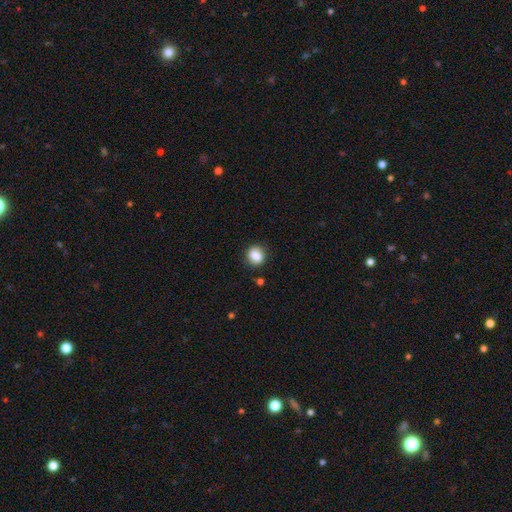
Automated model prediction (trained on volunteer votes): smooth_or_featured: smooth (p=0.85) [alt: star or artifact p=0.09]
how_rounded: round (p=0.59) [alt: in between p=0.40]
merging: none (p=0.84) [alt: minor disturbance p=0.11]